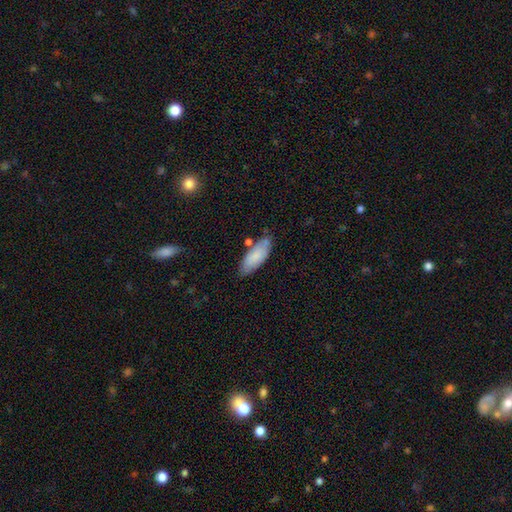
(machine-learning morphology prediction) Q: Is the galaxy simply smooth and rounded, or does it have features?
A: smooth — 78%.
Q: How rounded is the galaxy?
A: in between — 76%.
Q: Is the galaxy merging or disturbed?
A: none — 72%.